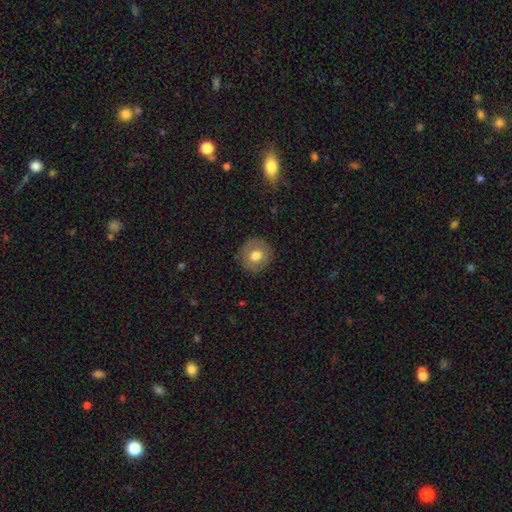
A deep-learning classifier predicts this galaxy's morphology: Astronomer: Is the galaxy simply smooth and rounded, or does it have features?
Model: smooth — 67%.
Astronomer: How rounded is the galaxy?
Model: round — 87%.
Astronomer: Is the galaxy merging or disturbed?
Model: none — 86%.